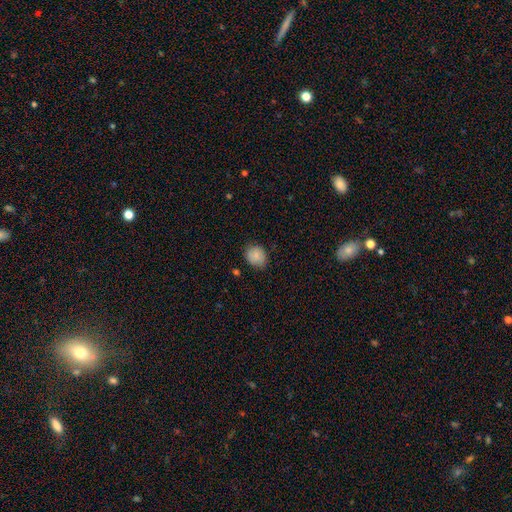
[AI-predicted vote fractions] This appears to be a smooth galaxy with no disk features (84%) that is round (67%). Merging: none (78%).